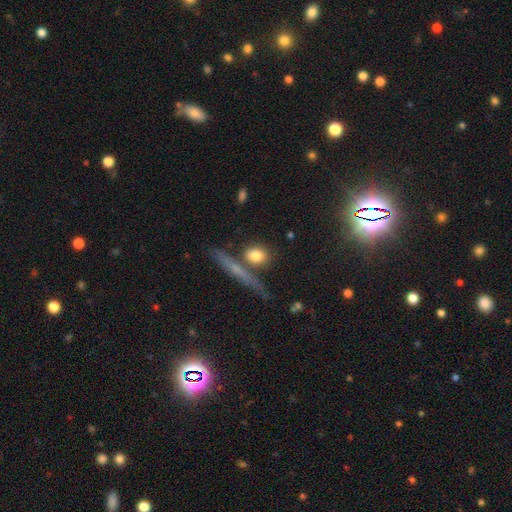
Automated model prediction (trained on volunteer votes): Morphology: type=smooth (78%); roundness=round (52%); merging=none (71%).